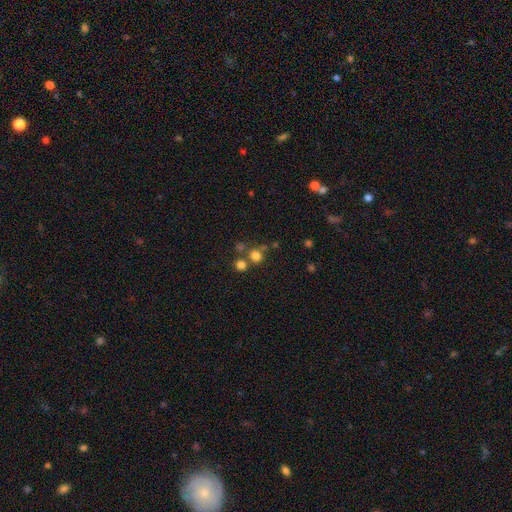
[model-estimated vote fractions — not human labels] Smooth or featured: smooth — 75% (star or artifact — 17%)
How rounded: round — 88% (in between — 11%)
Merging: none — 62% (merger — 25%)